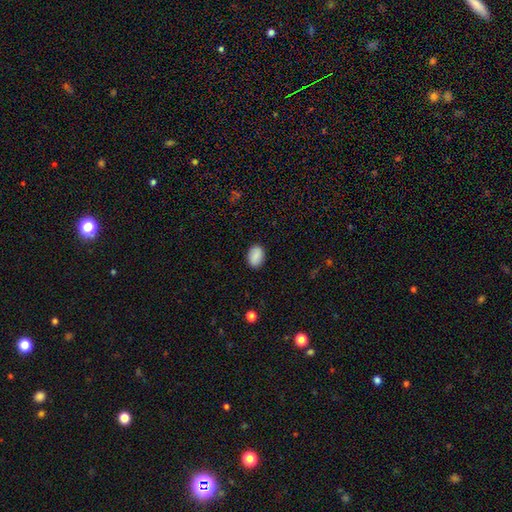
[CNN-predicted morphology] This is clearly a smooth galaxy (87%). How rounded: clearly in between (82%). Merging: clearly none (88%).